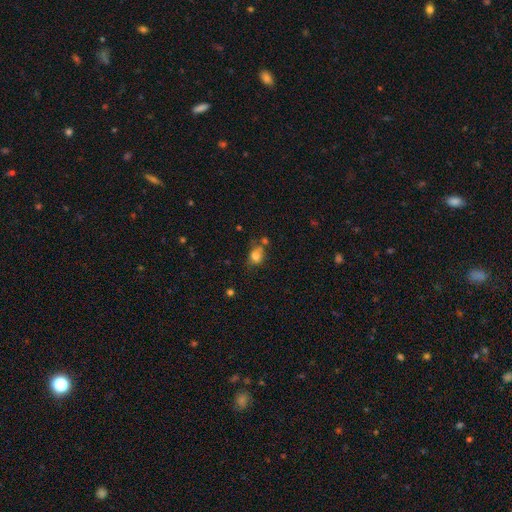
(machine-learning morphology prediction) The model was most divided on "how rounded": in between: 51%, round: 48%, cigar-shaped: 1%. More confident: smooth or featured — smooth (79%); merging — none (52%).